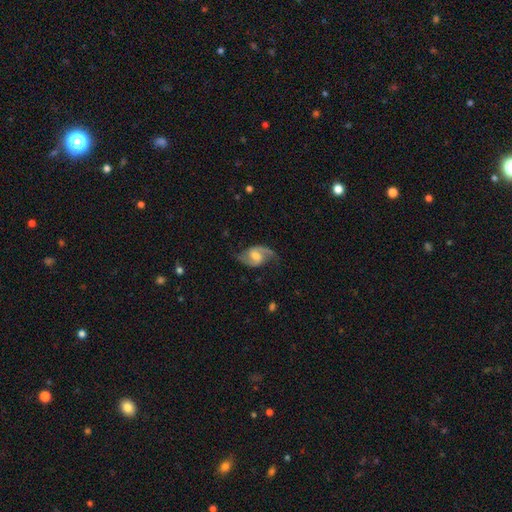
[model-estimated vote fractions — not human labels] Smooth or featured?
  - featured or disk: 87% *
  - smooth: 8%
  - star or artifact: 5%
Edge-on disk?
  - no: 98% *
  - yes: 2%
Bar?
  - weak: 54% *
  - no: 29%
  - strong: 17%
Spiral arms?
  - yes: 97% *
  - no: 3%
Spiral winding?
  - medium: 50% *
  - loose: 37%
  - tight: 13%
Spiral arm count?
  - 2: 92% *
  - 1: 3%
  - can't tell: 2%
  - 3: 1%
  - 4: 1%
  - more than 4: 1%
Bulge size?
  - moderate: 60% *
  - small: 23%
  - large: 11%
  - none: 5%
  - dominant: 1%
Merging?
  - none: 76% *
  - minor disturbance: 16%
  - major disturbance: 7%
  - merger: 1%